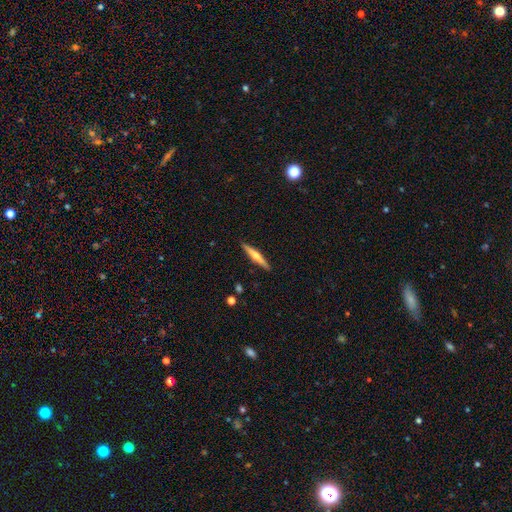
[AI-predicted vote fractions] Smooth or featured?
  - featured or disk: 59% *
  - smooth: 35%
  - star or artifact: 6%
Edge-on disk?
  - yes: 97% *
  - no: 3%
Edge-on bulge?
  - rounded: 83% *
  - none: 10%
  - boxy: 6%
Merging?
  - none: 91% *
  - minor disturbance: 6%
  - major disturbance: 1%
  - merger: 1%